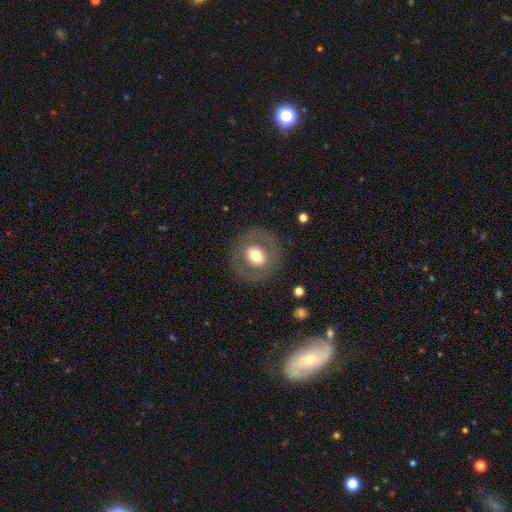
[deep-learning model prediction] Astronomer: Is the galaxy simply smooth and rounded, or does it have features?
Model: smooth — 53% (runner-up: featured or disk, 40%).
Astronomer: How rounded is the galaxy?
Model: round — 79%.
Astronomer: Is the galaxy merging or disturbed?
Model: none — 84%.